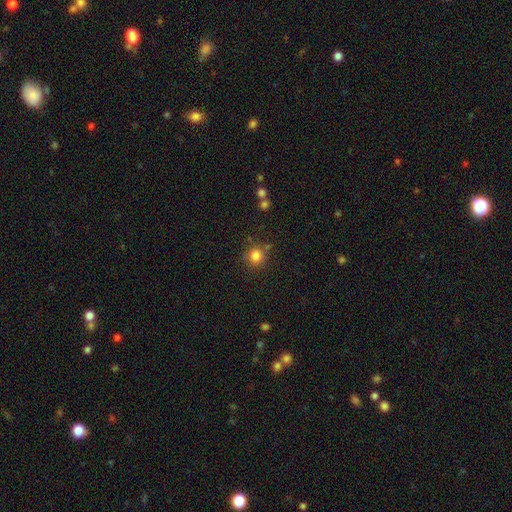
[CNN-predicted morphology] Smooth or featured: smooth — 83% (star or artifact — 12%)
How rounded: round — 91% (in between — 8%)
Merging: none — 79% (minor disturbance — 11%)